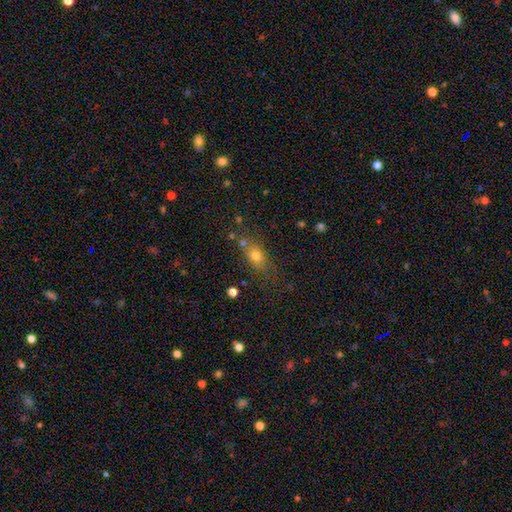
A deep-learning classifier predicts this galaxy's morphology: Q: Smooth or featured?
A: smooth (72%); runner-up: star or artifact (14%)
Q: How rounded?
A: in between (60%); runner-up: round (31%)
Q: Merging?
A: none (65%); runner-up: minor disturbance (17%)